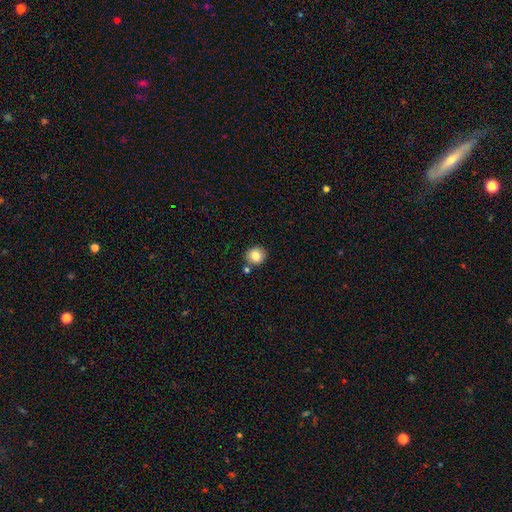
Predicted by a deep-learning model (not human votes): Overall: smooth (82%). How rounded: round (90%). Merging: none (82%).